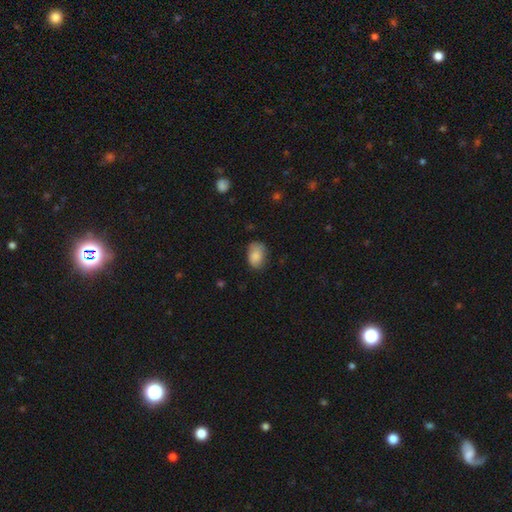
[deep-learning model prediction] Q: Smooth or featured?
A: smooth (83%); runner-up: featured or disk (9%)
Q: How rounded?
A: in between (82%); runner-up: round (17%)
Q: Merging?
A: none (65%); runner-up: minor disturbance (27%)